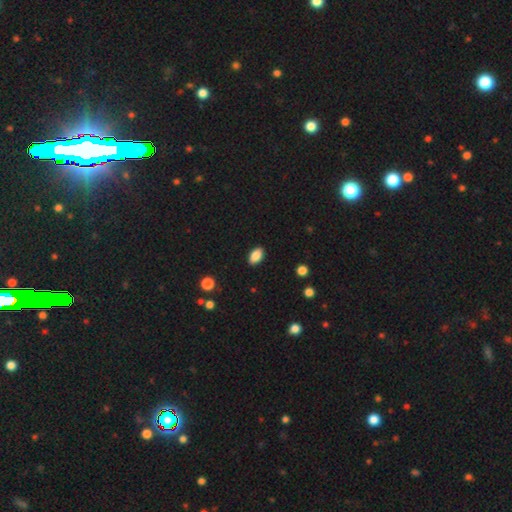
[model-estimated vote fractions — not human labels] The model was most divided on "smooth or featured": smooth: 87%, star or artifact: 8%, featured or disk: 5%. More confident: how rounded — in between (92%); merging — none (89%).